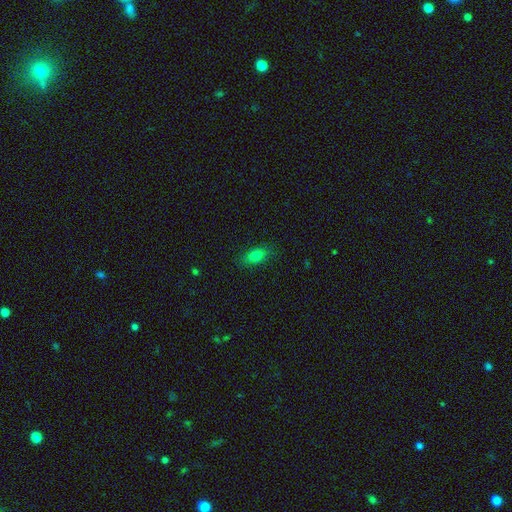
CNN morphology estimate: This appears to be a smooth galaxy with no disk features (81%) that is in between round and cigar-shaped (86%). Merging: none (84%).